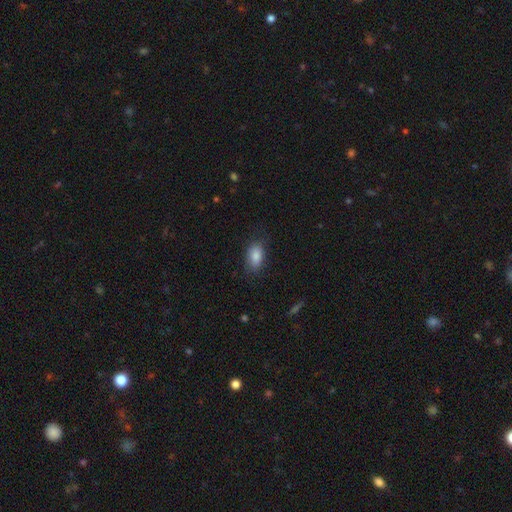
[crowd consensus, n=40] Q: Smooth or featured?
A: smooth (82%); runner-up: star or artifact (10%)
Q: How rounded?
A: in between (82%); runner-up: round (9%)
Q: Merging?
A: none (81%); runner-up: minor disturbance (19%)